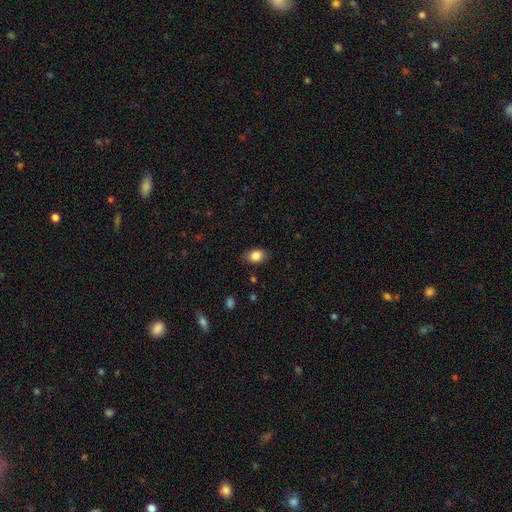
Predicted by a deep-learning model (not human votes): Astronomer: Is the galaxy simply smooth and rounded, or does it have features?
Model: smooth — 85%.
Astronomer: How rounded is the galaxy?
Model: in between — 70%.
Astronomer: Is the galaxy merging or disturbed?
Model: none — 81%.